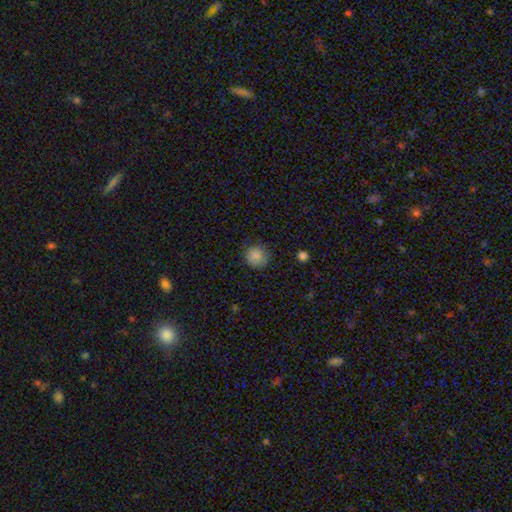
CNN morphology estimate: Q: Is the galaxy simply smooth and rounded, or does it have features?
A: smooth — 86%.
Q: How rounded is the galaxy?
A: round — 87%.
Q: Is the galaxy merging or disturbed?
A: none — 82%.